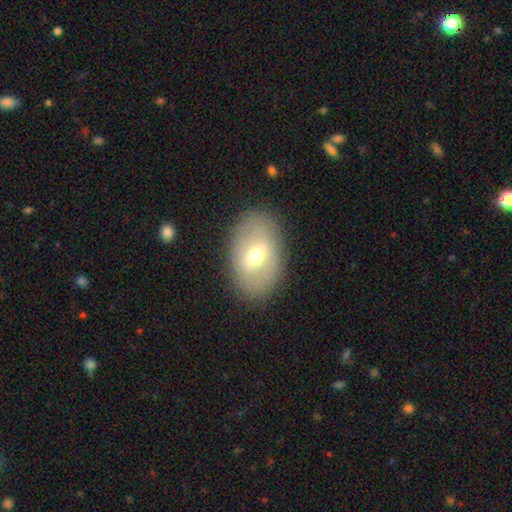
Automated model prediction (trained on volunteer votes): Smooth or featured? smooth (47%)
Merging? none (85%)